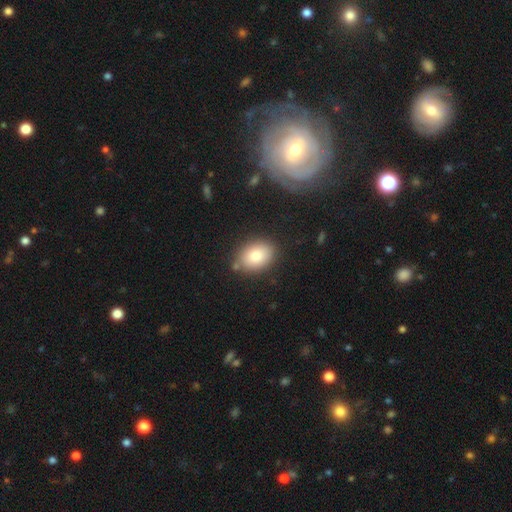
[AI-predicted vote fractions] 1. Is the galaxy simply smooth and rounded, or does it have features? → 81% smooth, 11% featured or disk, 9% star or artifact.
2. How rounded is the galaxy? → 72% in between, 27% round, 1% cigar-shaped.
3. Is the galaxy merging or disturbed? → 82% none, 11% minor disturbance, 4% merger, 3% major disturbance.